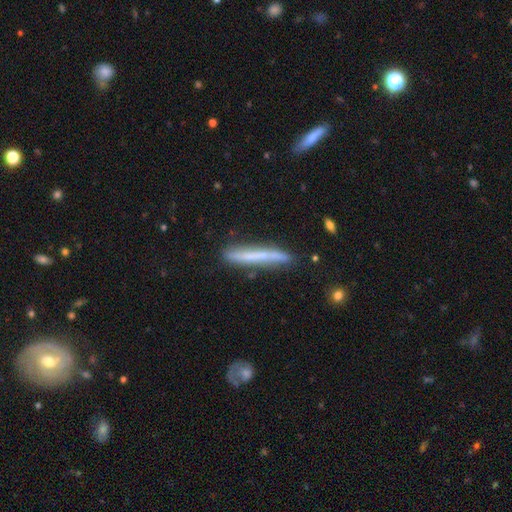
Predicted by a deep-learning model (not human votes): A smooth galaxy with no disk features (51%) that is cigar-shaped (96%).

Vote fractions:
- Smooth or featured? smooth: 51% / featured or disk: 42% / star or artifact: 7%
- How rounded? cigar-shaped: 96% / in between: 3% / round: 1%
- Merging? none: 83% / minor disturbance: 12% / major disturbance: 2% / merger: 2%